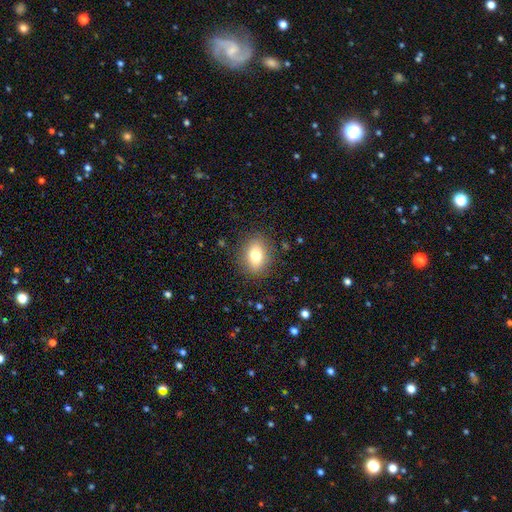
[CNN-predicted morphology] smooth_or_featured: smooth (p=0.77) [alt: featured or disk p=0.13]
how_rounded: in between (p=0.71) [alt: round p=0.26]
merging: none (p=0.86) [alt: minor disturbance p=0.09]